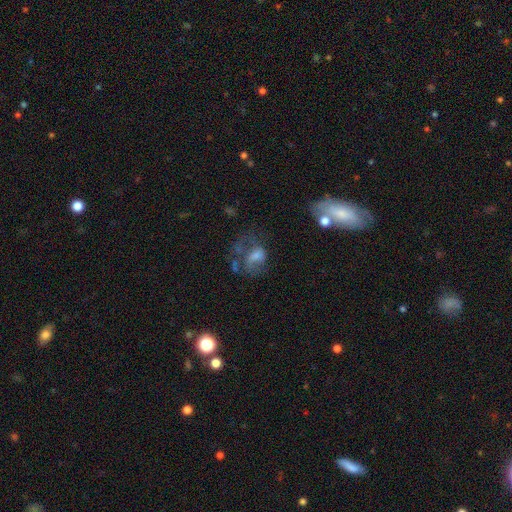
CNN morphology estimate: A featured or disk galaxy (46%).

Vote fractions:
- Smooth or featured? featured or disk: 46% / smooth: 37% / star or artifact: 17%
- Merging? major disturbance: 40% / none: 33% / minor disturbance: 19% / merger: 8%